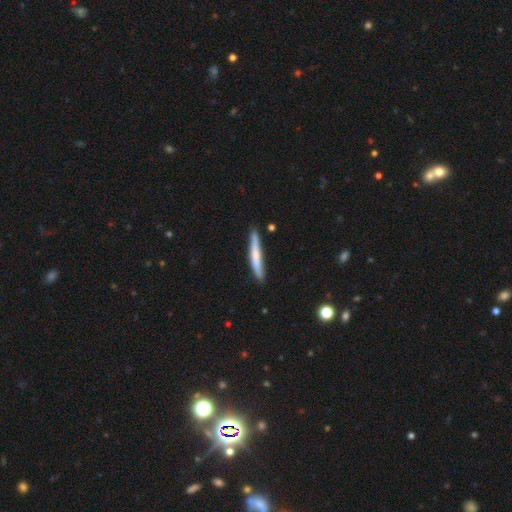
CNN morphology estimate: A smooth galaxy with no disk features (62%) that is cigar-shaped (95%).

Vote fractions:
- Smooth or featured? smooth: 62% / featured or disk: 33% / star or artifact: 5%
- How rounded? cigar-shaped: 95% / in between: 4% / round: 1%
- Merging? none: 82% / minor disturbance: 13% / major disturbance: 2% / merger: 2%